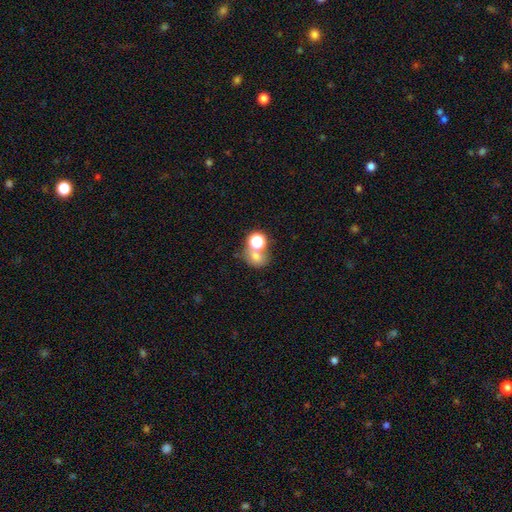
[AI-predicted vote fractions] smooth-or-featured: smooth: 65% | star or artifact: 22% | featured or disk: 13%
  how-rounded: round: 59% | in between: 40% | cigar-shaped: 1%
  merging: none: 43% | merger: 40% | minor disturbance: 11% | major disturbance: 7%